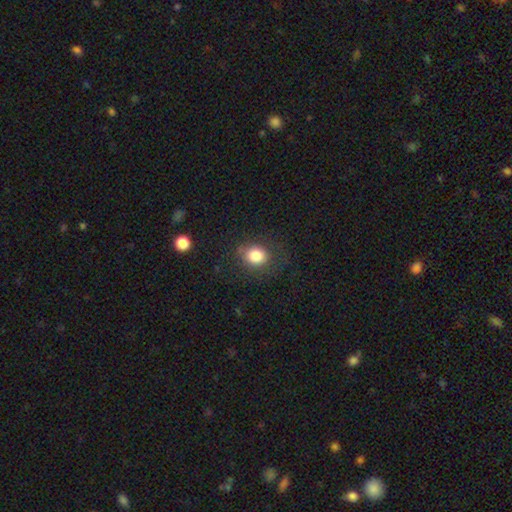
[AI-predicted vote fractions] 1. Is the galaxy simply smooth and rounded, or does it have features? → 83% smooth, 10% star or artifact, 7% featured or disk.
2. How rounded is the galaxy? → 67% round, 32% in between, 1% cigar-shaped.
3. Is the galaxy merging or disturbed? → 77% none, 16% minor disturbance, 6% major disturbance, 2% merger.